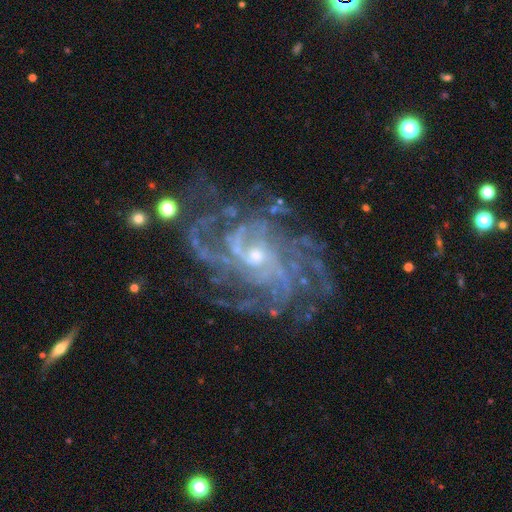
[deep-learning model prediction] Smooth or featured?
  - featured or disk: 91% *
  - star or artifact: 6%
  - smooth: 3%
Edge-on disk?
  - no: 97% *
  - yes: 3%
Bar?
  - no: 52% *
  - weak: 37%
  - strong: 11%
Spiral arms?
  - yes: 98% *
  - no: 2%
Spiral winding?
  - tight: 59% *
  - medium: 33%
  - loose: 8%
Spiral arm count?
  - more than 4: 28% *
  - can't tell: 22%
  - 4: 21%
  - 3: 11%
  - 2: 9%
  - 1: 8%
Bulge size?
  - small: 68% *
  - moderate: 27%
  - none: 2%
  - large: 2%
  - dominant: 1%
Merging?
  - none: 74% *
  - minor disturbance: 15%
  - major disturbance: 10%
  - merger: 2%